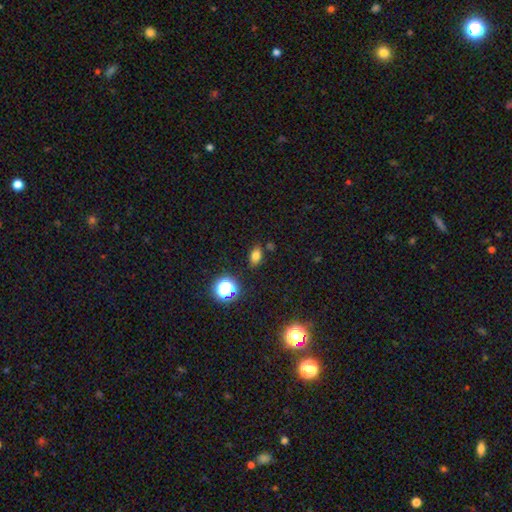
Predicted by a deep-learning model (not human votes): smooth 76%, star or artifact 17%, featured or disk 7%. Down the decision tree: how rounded — in between (79%); merging — none (83%).